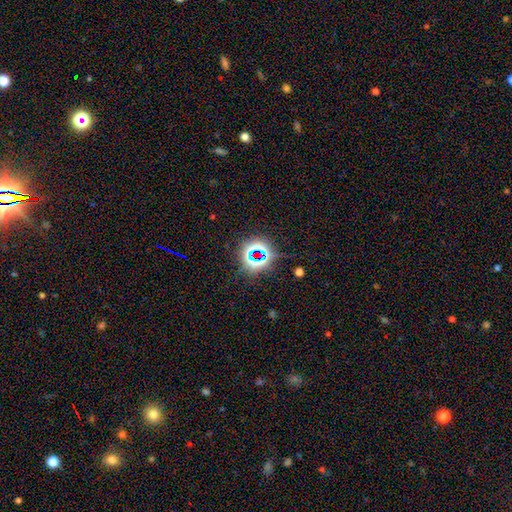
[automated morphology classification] This appears to be a star or artifact, not a galaxy (74%).